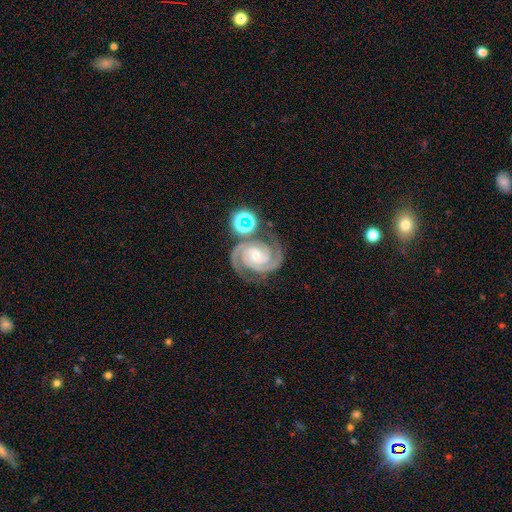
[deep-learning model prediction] Smooth or featured?
  - featured or disk: 92% *
  - star or artifact: 5%
  - smooth: 3%
Edge-on disk?
  - no: 98% *
  - yes: 2%
Bar?
  - no: 57% *
  - weak: 29%
  - strong: 15%
Spiral arms?
  - yes: 99% *
  - no: 1%
Spiral winding?
  - tight: 66% *
  - medium: 31%
  - loose: 3%
Spiral arm count?
  - 2: 83% *
  - 3: 10%
  - can't tell: 2%
  - 4: 2%
  - 1: 1%
  - more than 4: 1%
Bulge size?
  - small: 54% *
  - moderate: 41%
  - large: 2%
  - none: 2%
  - dominant: 1%
Merging?
  - none: 73% *
  - minor disturbance: 13%
  - merger: 10%
  - major disturbance: 4%